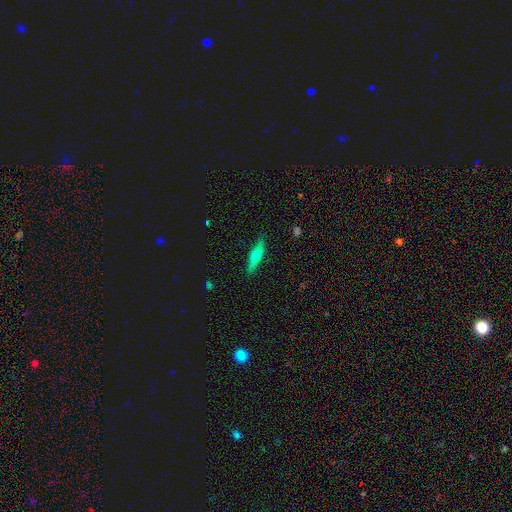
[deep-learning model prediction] smooth-or-featured: smooth: 49% | featured or disk: 45% | star or artifact: 6%
  merging: none: 87% | minor disturbance: 10% | major disturbance: 2% | merger: 1%